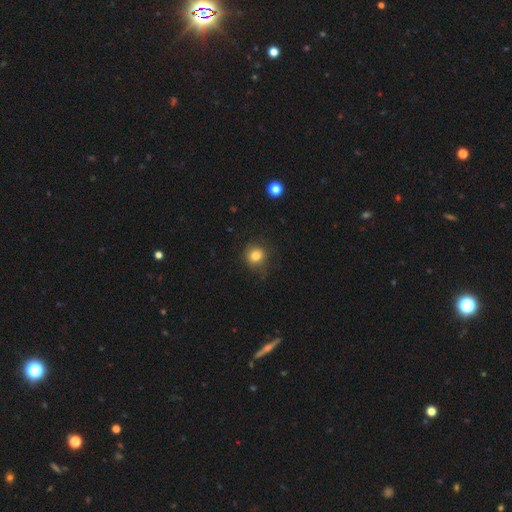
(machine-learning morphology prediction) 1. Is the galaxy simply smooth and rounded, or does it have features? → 82% smooth, 12% star or artifact, 7% featured or disk.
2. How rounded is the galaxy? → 87% round, 12% in between, 1% cigar-shaped.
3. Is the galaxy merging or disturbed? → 77% none, 16% minor disturbance, 5% major disturbance, 1% merger.